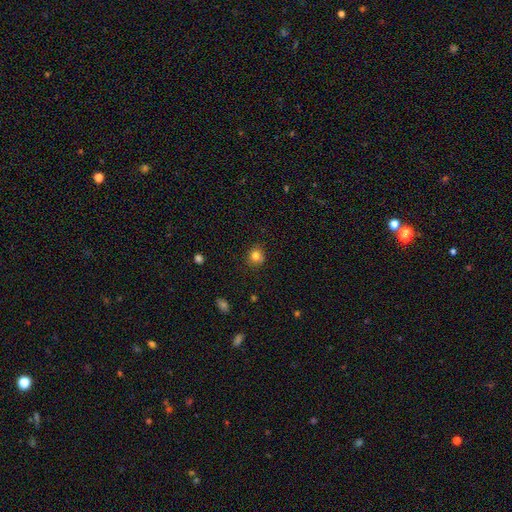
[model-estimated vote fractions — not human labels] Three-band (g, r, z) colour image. It shows a smooth galaxy with no disk features (81%) that is round (86%). Merging: none (83%).